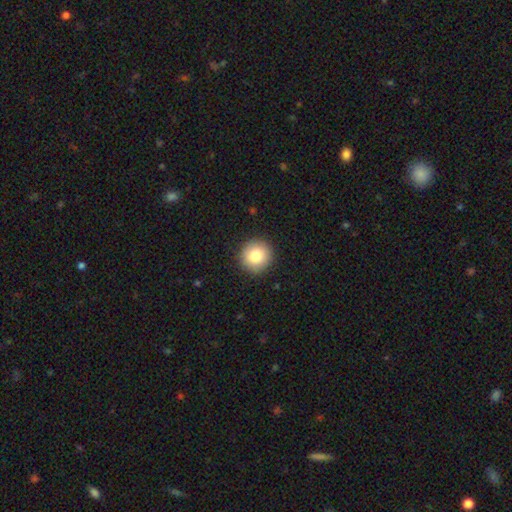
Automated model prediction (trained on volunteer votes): This is clearly a smooth galaxy (83%). How rounded: clearly round (94%). Merging: clearly none (92%).